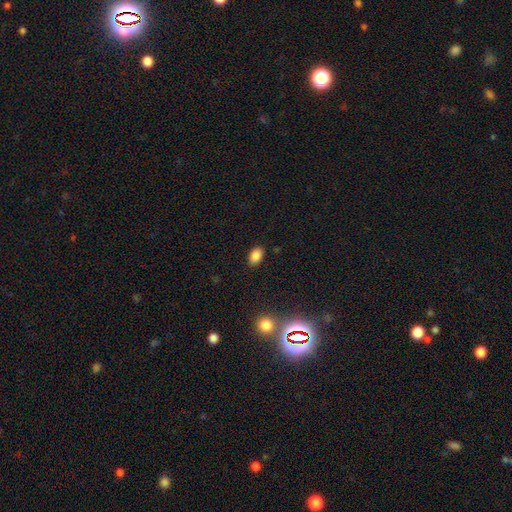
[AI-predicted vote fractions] smooth_or_featured: smooth (p=0.85) [alt: star or artifact p=0.10]
how_rounded: in between (p=0.88) [alt: round p=0.11]
merging: none (p=0.87) [alt: minor disturbance p=0.09]